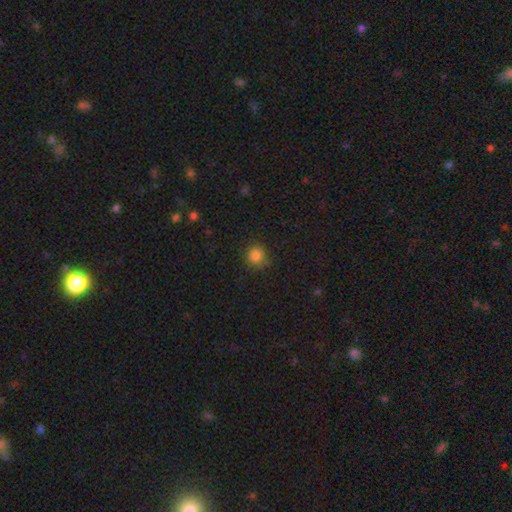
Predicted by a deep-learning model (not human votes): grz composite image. It shows a smooth galaxy with no disk features (83%) that is round (90%). Merging: none (81%).